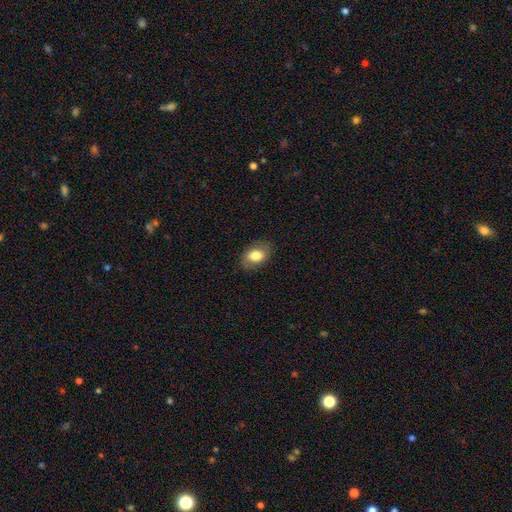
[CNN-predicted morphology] smooth 78%, featured or disk 14%, star or artifact 8%. Down the decision tree: how rounded — in between (79%); merging — none (82%).